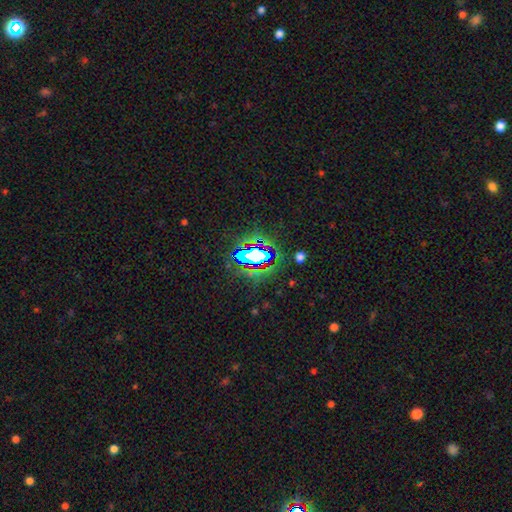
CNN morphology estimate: smooth_or_featured: star or artifact (p=0.66) [alt: smooth p=0.20]